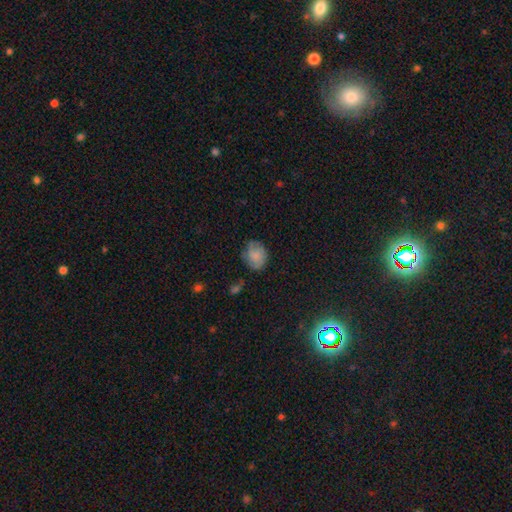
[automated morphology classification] A smooth galaxy with no disk features (68%) that is round (56%).

Vote fractions:
- Smooth or featured? smooth: 68% / featured or disk: 24% / star or artifact: 9%
- How rounded? round: 56% / in between: 43% / cigar-shaped: 1%
- Merging? none: 62% / minor disturbance: 27% / major disturbance: 9% / merger: 2%